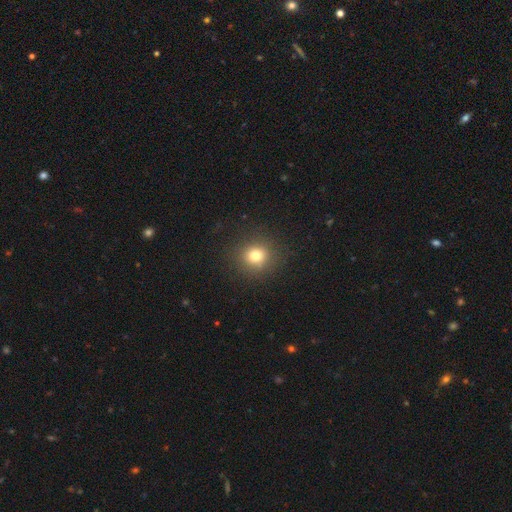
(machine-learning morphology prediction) Smooth or featured? smooth (78%)
How rounded? round (85%)
Merging? none (88%)